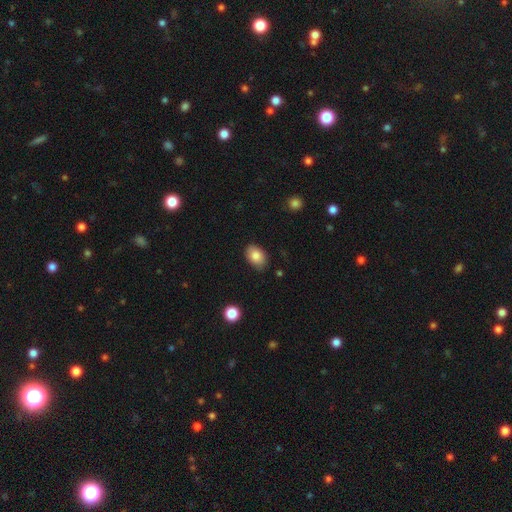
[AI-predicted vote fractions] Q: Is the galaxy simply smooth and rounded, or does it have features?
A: smooth — 84%.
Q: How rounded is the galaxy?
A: in between — 85%.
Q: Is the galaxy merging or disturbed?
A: none — 82%.